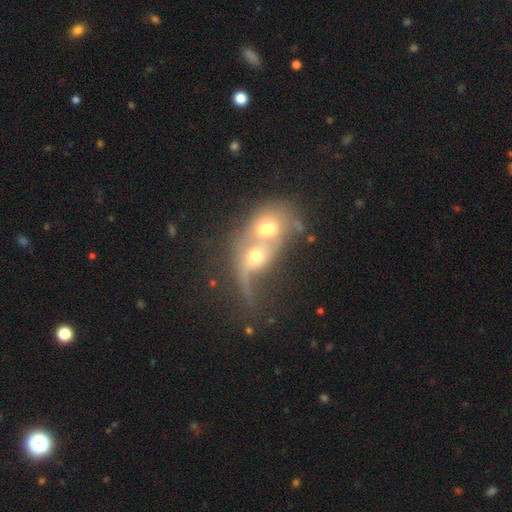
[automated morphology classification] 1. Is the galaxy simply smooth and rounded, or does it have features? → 49% featured or disk, 39% smooth, 12% star or artifact.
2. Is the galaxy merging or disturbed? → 80% merger, 9% major disturbance, 7% none, 4% minor disturbance.